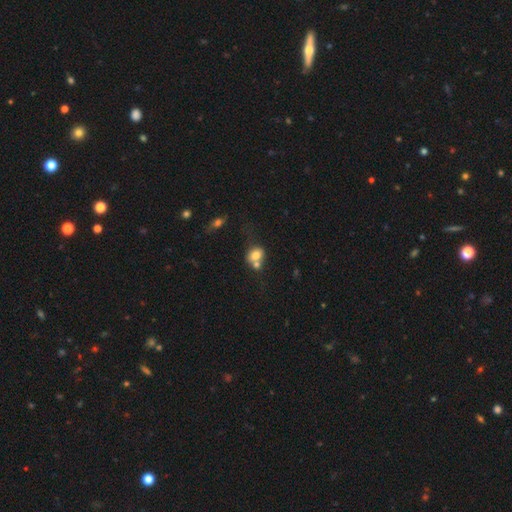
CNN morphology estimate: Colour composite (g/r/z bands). It shows a smooth galaxy with no disk features (73%) that is round (55%). Merging: merger (53%).